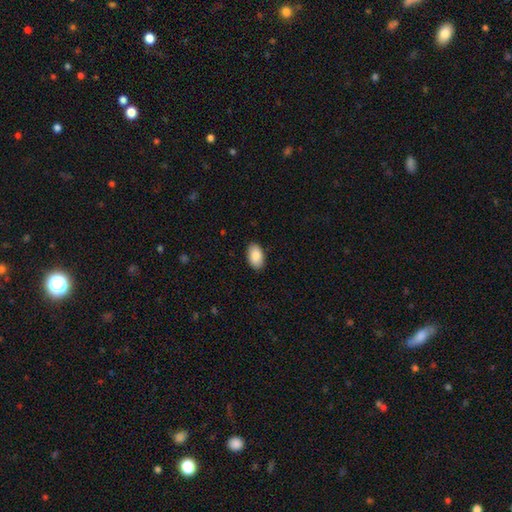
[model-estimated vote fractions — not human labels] Q: Smooth or featured?
A: smooth (89%); runner-up: star or artifact (6%)
Q: How rounded?
A: in between (94%); runner-up: round (5%)
Q: Merging?
A: none (88%); runner-up: minor disturbance (9%)